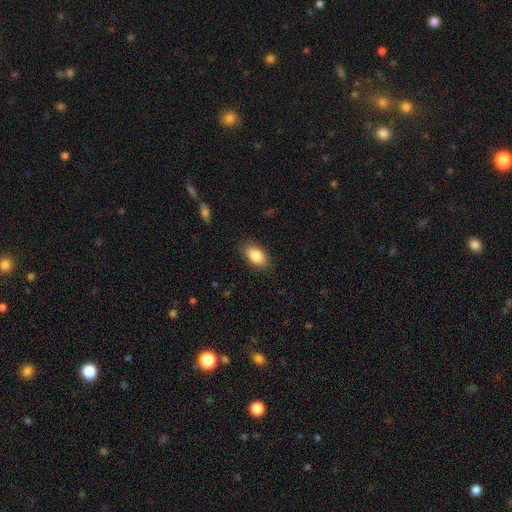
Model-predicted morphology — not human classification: smooth_or_featured: smooth (p=0.86) [alt: featured or disk p=0.07]
how_rounded: in between (p=0.91) [alt: round p=0.06]
merging: none (p=0.85) [alt: minor disturbance p=0.11]